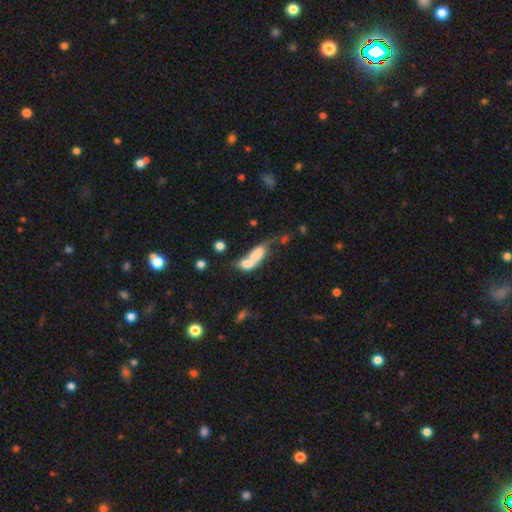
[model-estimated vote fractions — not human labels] Q: Smooth or featured?
A: smooth (62%); runner-up: featured or disk (28%)
Q: How rounded?
A: in between (70%); runner-up: cigar-shaped (23%)
Q: Merging?
A: merger (63%); runner-up: major disturbance (14%)